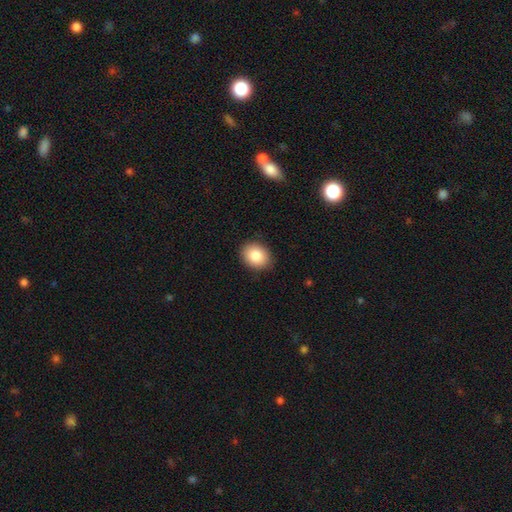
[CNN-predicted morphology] The model was most divided on "how rounded": in between: 53%, round: 46%, cigar-shaped: 1%. More confident: merging — none (88%); smooth or featured — smooth (84%).